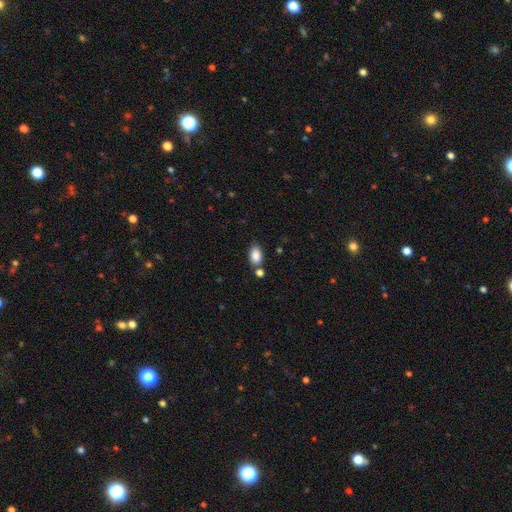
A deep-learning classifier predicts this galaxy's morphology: The model was most divided on "merging": none: 70%, minor disturbance: 13%, merger: 13%, major disturbance: 3%. More confident: how rounded — in between (88%); smooth or featured — smooth (86%).